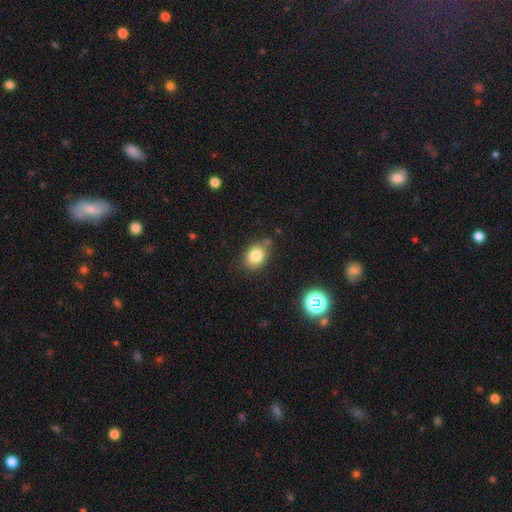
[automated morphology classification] smooth-or-featured: smooth: 82% | star or artifact: 11% | featured or disk: 8%
  how-rounded: in between: 57% | round: 42% | cigar-shaped: 1%
  merging: none: 75% | minor disturbance: 16% | merger: 6% | major disturbance: 4%